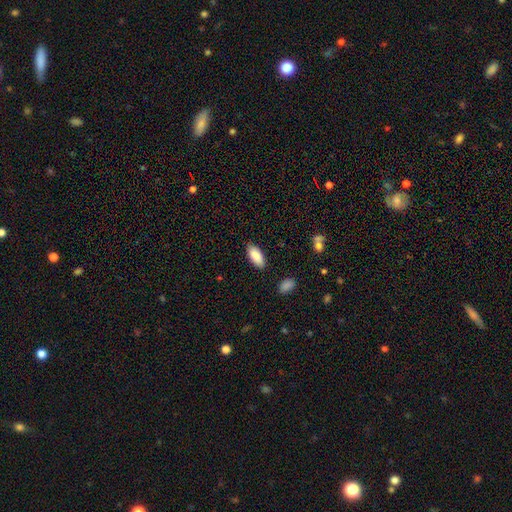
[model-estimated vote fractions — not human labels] This is clearly a smooth galaxy (88%). How rounded: clearly in between (87%). Merging: clearly none (86%).